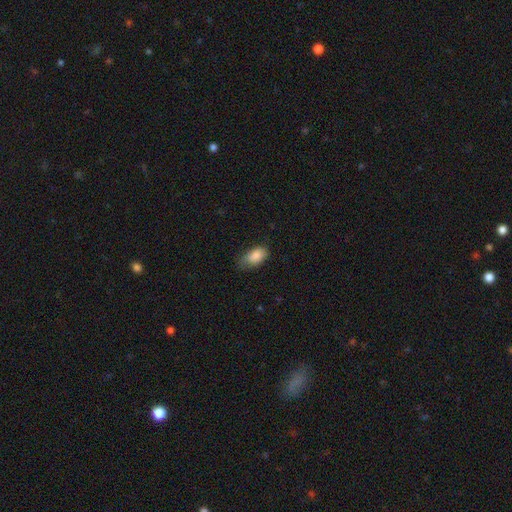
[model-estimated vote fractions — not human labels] smooth 86%, star or artifact 7%, featured or disk 7%. Down the decision tree: how rounded — in between (92%); merging — none (58%).